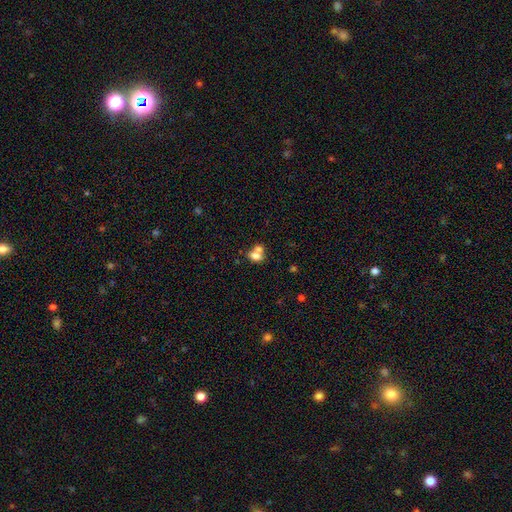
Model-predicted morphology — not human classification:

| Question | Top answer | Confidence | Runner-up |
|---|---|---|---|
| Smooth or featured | smooth | 73% | featured or disk (16%) |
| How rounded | in between | 64% | round (34%) |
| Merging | merger | 57% | none (31%) |